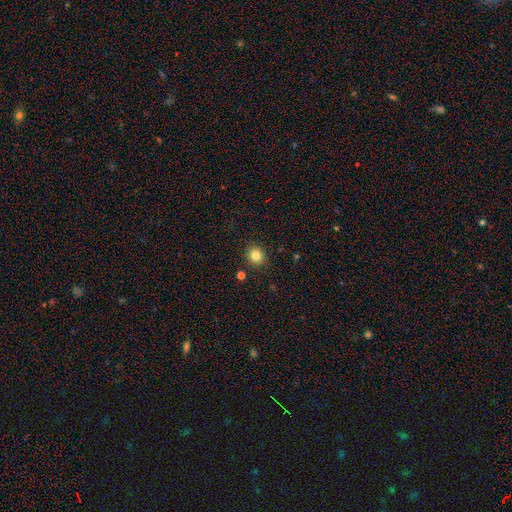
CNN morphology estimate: Smooth or featured? smooth (83%)
How rounded? round (83%)
Merging? none (89%)